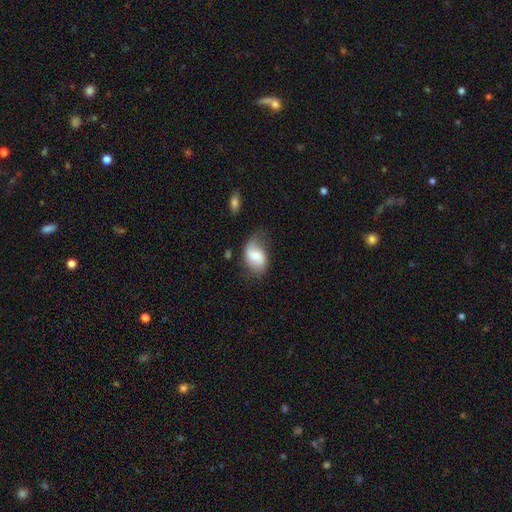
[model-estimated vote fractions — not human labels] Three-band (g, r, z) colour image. It shows a smooth galaxy with no disk features (58%) that is in between round and cigar-shaped (85%). Merging: none (51%).